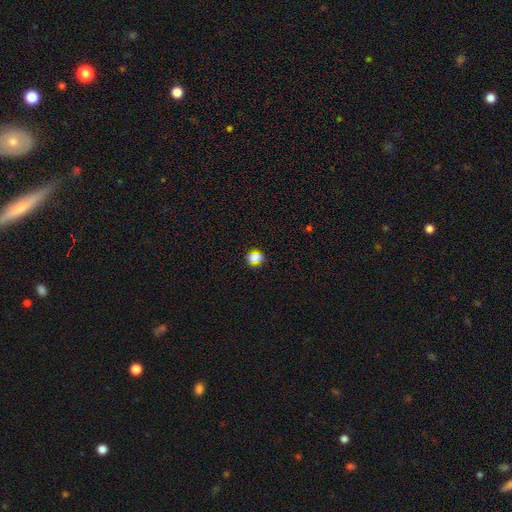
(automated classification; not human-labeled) The model was most divided on "smooth or featured": smooth: 68%, star or artifact: 27%, featured or disk: 5%. More confident: merging — none (83%); how rounded — round (70%).